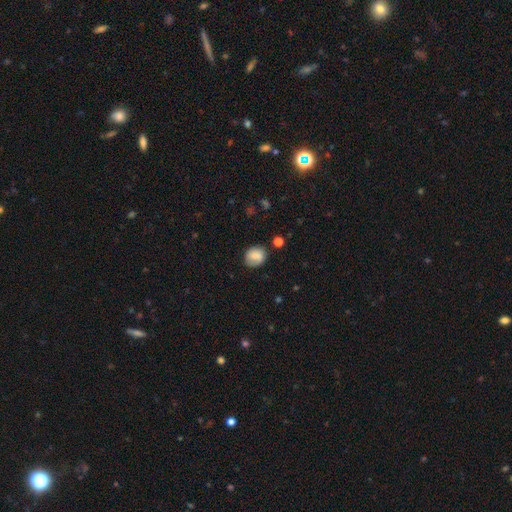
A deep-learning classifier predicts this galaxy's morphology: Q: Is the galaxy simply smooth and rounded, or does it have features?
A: smooth — 77%.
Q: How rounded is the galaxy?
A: round — 66%.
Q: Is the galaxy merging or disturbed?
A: none — 69%.